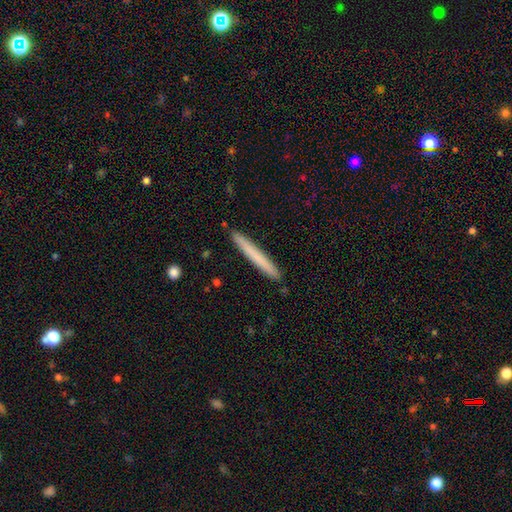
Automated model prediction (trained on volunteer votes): A smooth galaxy with no disk features (69%) that is cigar-shaped (97%).

Vote fractions:
- Smooth or featured? smooth: 69% / featured or disk: 25% / star or artifact: 6%
- How rounded? cigar-shaped: 97% / in between: 2% / round: 1%
- Merging? none: 91% / minor disturbance: 6% / merger: 1% / major disturbance: 1%